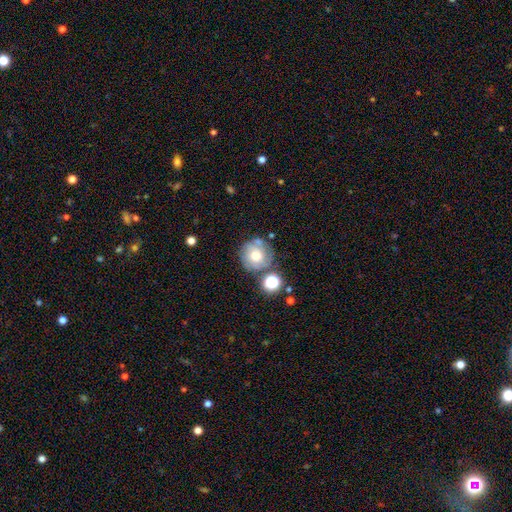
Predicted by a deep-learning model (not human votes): smooth 53%, featured or disk 35%, star or artifact 13%. Down the decision tree: how rounded — round (90%); merging — none (64%).